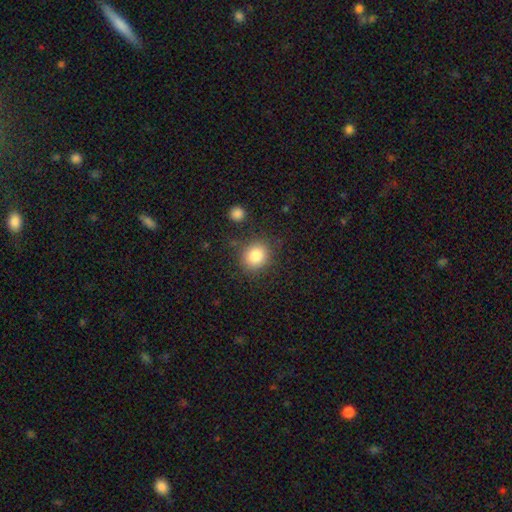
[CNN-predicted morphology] This appears to be a smooth galaxy with no disk features (84%) that is round (78%). Merging: none (82%).